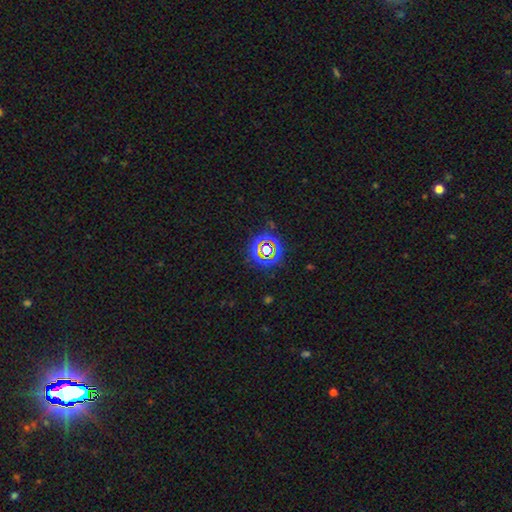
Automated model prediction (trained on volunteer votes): smooth_or_featured: star or artifact (p=0.47) [alt: smooth p=0.34]